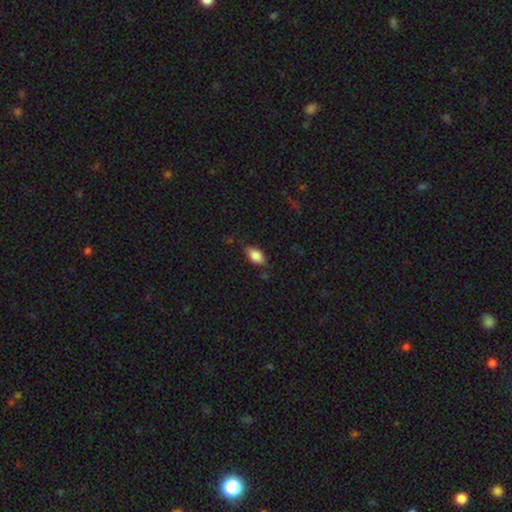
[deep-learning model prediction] A smooth galaxy with no disk features (81%) that is in between round and cigar-shaped (89%). Merging: none (74%).